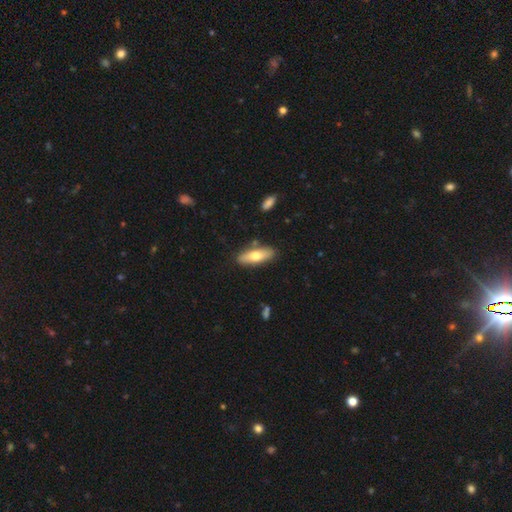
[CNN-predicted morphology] Q: Smooth or featured?
A: smooth (67%); runner-up: featured or disk (27%)
Q: How rounded?
A: in between (59%); runner-up: cigar-shaped (38%)
Q: Merging?
A: none (84%); runner-up: minor disturbance (11%)